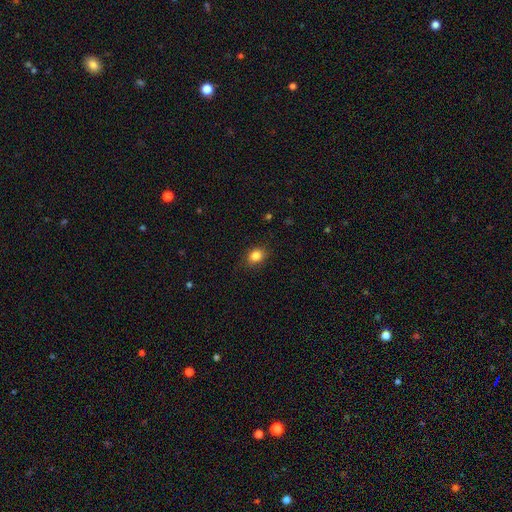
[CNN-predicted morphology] Smooth or featured? smooth (85%)
How rounded? in between (54%)
Merging? none (85%)